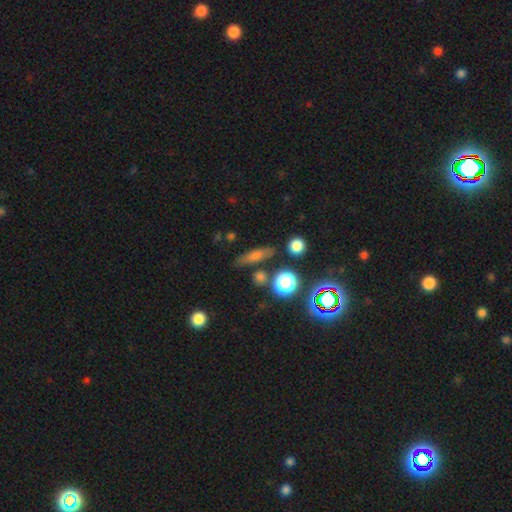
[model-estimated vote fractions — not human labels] Smooth or featured: smooth — 60% (featured or disk — 24%)
How rounded: cigar-shaped — 60% (in between — 26%)
Merging: none — 80% (minor disturbance — 11%)